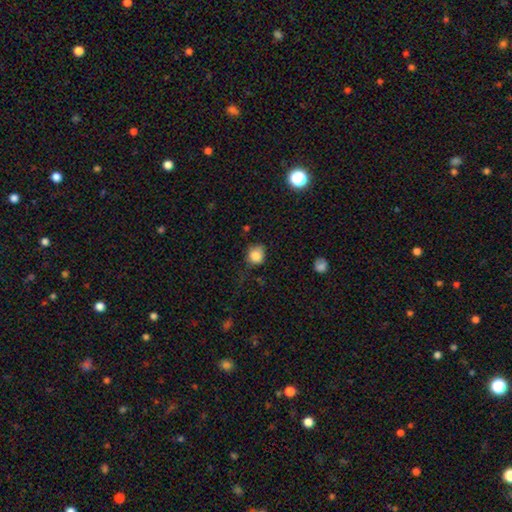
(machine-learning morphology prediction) A smooth galaxy with no disk features (84%) that is round (77%).

Vote fractions:
- Smooth or featured? smooth: 84% / star or artifact: 10% / featured or disk: 6%
- How rounded? round: 77% / in between: 23% / cigar-shaped: 1%
- Merging? none: 61% / minor disturbance: 28% / major disturbance: 9% / merger: 2%